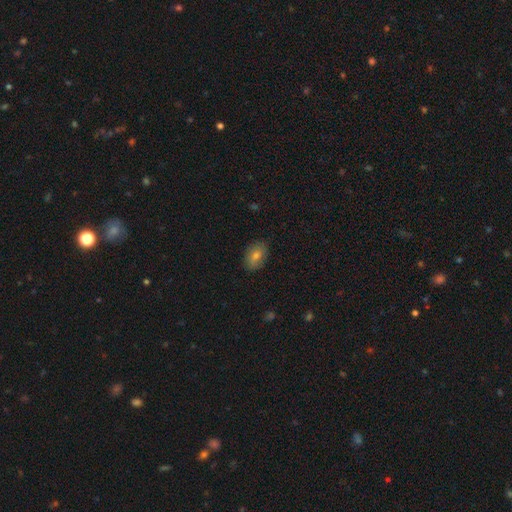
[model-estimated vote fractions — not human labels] Smooth or featured? smooth (71%)
How rounded? in between (83%)
Merging? none (85%)